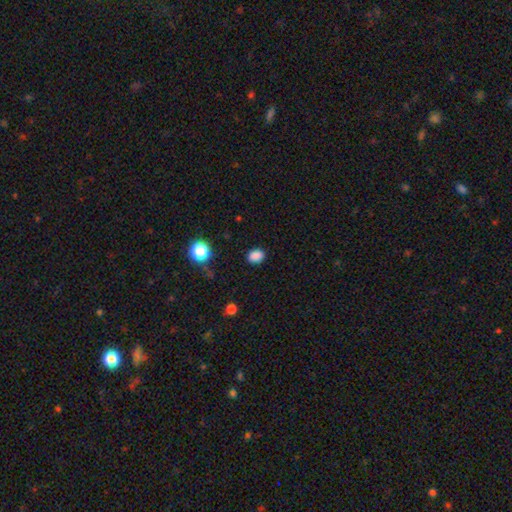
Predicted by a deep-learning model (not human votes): Smooth or featured: smooth — 85% (star or artifact — 12%)
How rounded: in between — 64% (round — 35%)
Merging: none — 87% (minor disturbance — 10%)